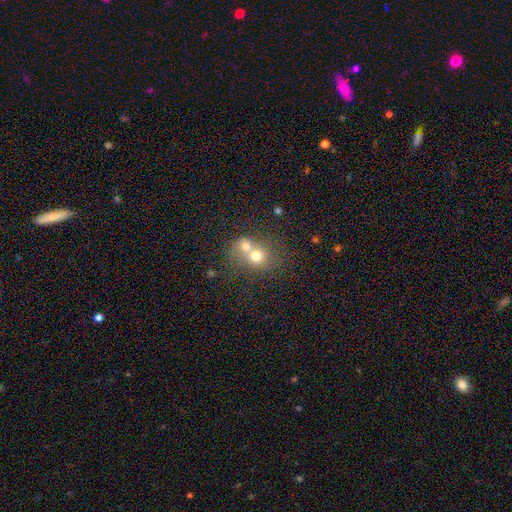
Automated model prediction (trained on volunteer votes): Smooth or featured: smooth — 67% (featured or disk — 21%)
How rounded: round — 72% (in between — 27%)
Merging: merger — 67% (none — 24%)